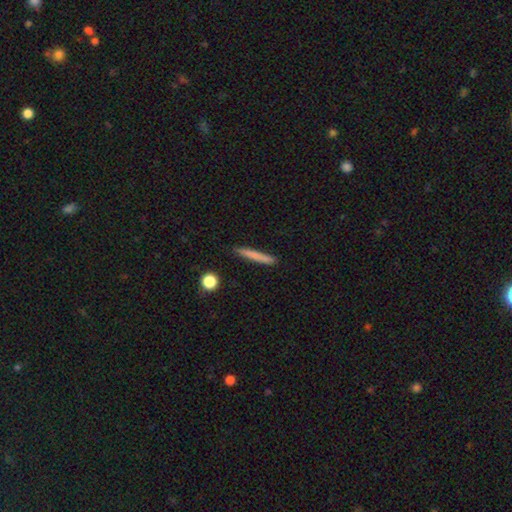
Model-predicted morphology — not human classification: A smooth galaxy with no disk features (75%) that is cigar-shaped (95%). Merging: none (89%).